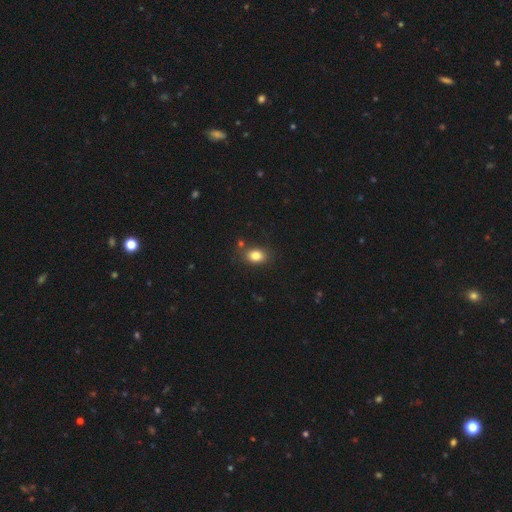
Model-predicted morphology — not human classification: Overall: smooth (82%). How rounded: in between (69%; round 30%). Merging: none (79%).